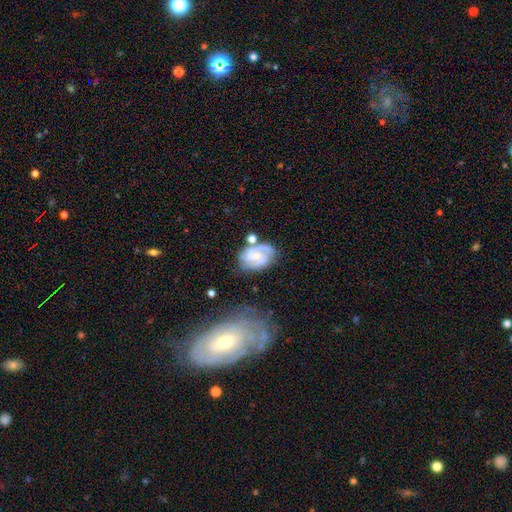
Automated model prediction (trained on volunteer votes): The model was most divided on "spiral winding": tight: 48%, medium: 42%, loose: 11%. Remaining: edge-on disk — no (98%); spiral arms — yes (94%); smooth or featured — featured or disk (78%); merging — none (60%); bulge size — small (53%); bar — no (50%); spiral arm count — 2 (48%).